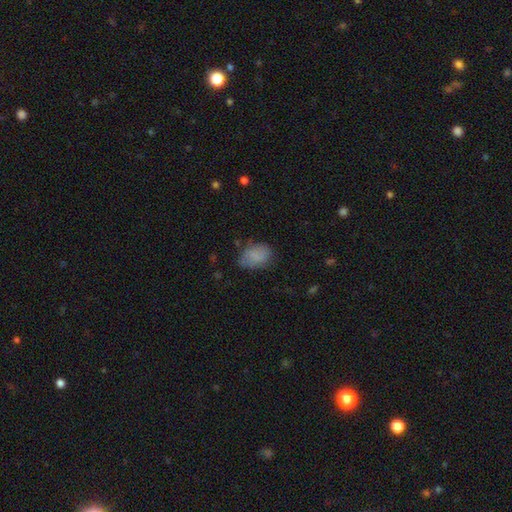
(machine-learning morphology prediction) Overall: smooth (81%). How rounded: in between (84%). Merging: none (69%).